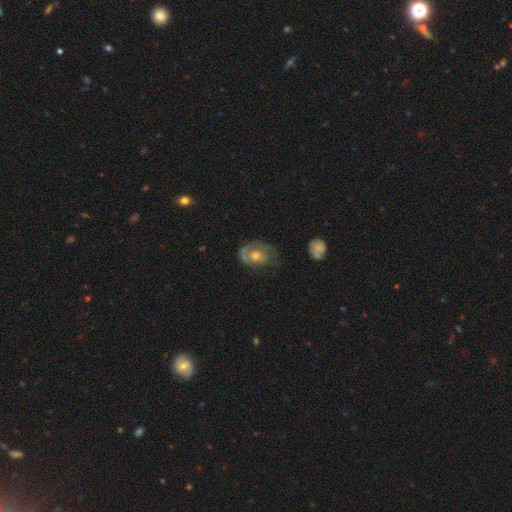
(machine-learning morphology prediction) Smooth or featured?
  - featured or disk: 73% *
  - smooth: 20%
  - star or artifact: 7%
Edge-on disk?
  - no: 97% *
  - yes: 3%
Bar?
  - no: 78% *
  - weak: 19%
  - strong: 4%
Spiral arms?
  - yes: 83% *
  - no: 17%
Spiral winding?
  - tight: 47% *
  - medium: 36%
  - loose: 17%
Spiral arm count?
  - 1: 40% *
  - 2: 36%
  - can't tell: 17%
  - 3: 4%
  - 4: 2%
  - more than 4: 2%
Bulge size?
  - moderate: 64% *
  - small: 28%
  - large: 5%
  - none: 2%
  - dominant: 1%
Merging?
  - none: 54% *
  - minor disturbance: 24%
  - major disturbance: 20%
  - merger: 3%